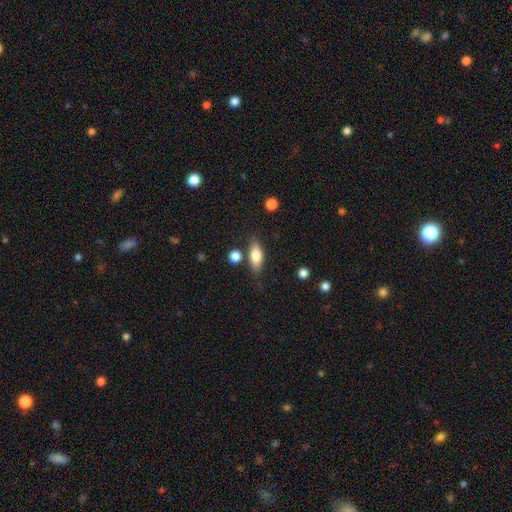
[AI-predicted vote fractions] Smooth or featured? smooth (75%)
How rounded? in between (74%)
Merging? none (77%)